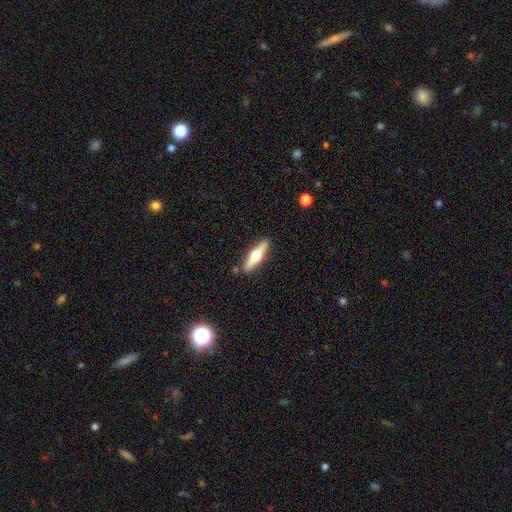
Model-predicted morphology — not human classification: Smooth or featured?
  - featured or disk: 59% *
  - smooth: 35%
  - star or artifact: 5%
Edge-on disk?
  - yes: 94% *
  - no: 6%
Edge-on bulge?
  - rounded: 96% *
  - boxy: 2%
  - none: 2%
Merging?
  - none: 87% *
  - minor disturbance: 9%
  - merger: 3%
  - major disturbance: 2%